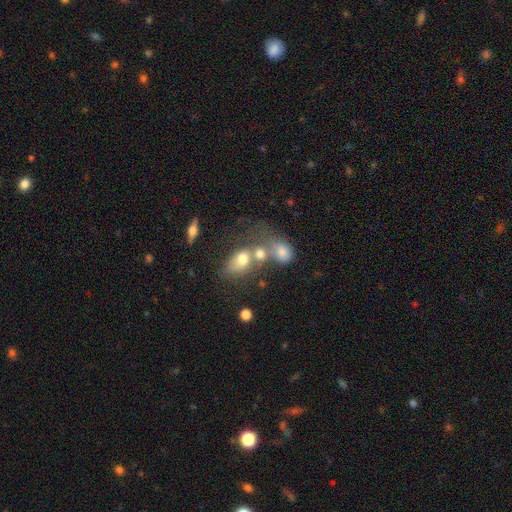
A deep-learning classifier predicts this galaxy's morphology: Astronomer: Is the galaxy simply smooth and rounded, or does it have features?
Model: smooth — 53% (runner-up: featured or disk, 30%).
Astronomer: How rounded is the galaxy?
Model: in between — 71%.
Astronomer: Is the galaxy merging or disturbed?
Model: merger — 61%.